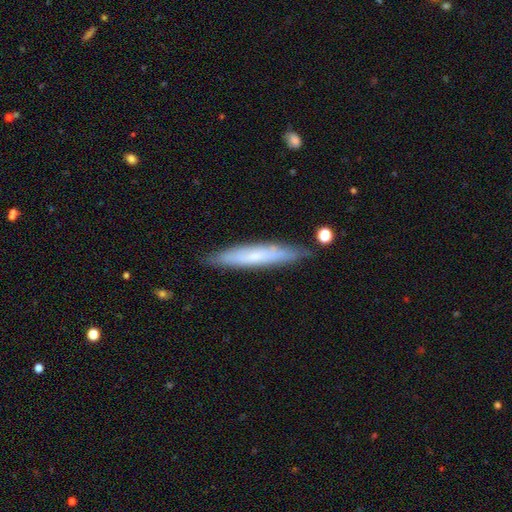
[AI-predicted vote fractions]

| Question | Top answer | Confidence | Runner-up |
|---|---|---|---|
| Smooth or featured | smooth | 55% | featured or disk (38%) |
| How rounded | cigar-shaped | 92% | in between (7%) |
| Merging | none | 84% | minor disturbance (12%) |